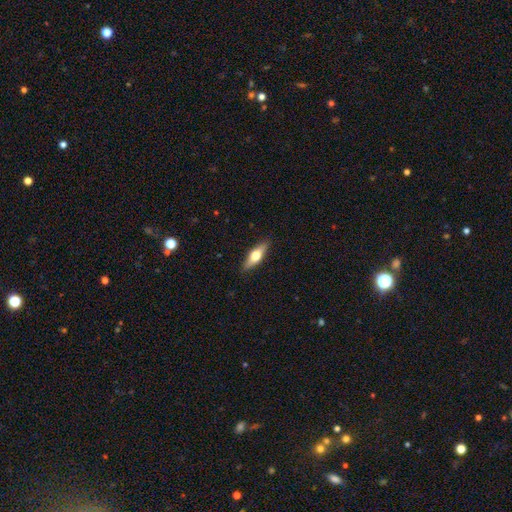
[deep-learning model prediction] Smooth or featured: smooth — 50% (featured or disk — 44%)
How rounded: in between — 52% (cigar-shaped — 45%)
Merging: none — 88% (minor disturbance — 9%)